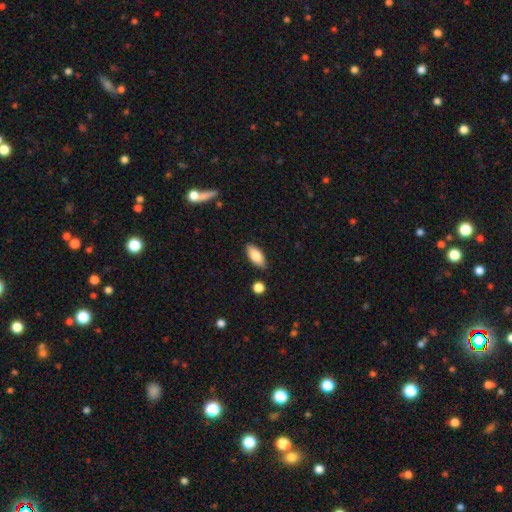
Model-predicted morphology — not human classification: Smooth or featured? Predicted: smooth (p=0.80). How rounded? Predicted: in between (p=0.85). Merging? Predicted: none (p=0.86).